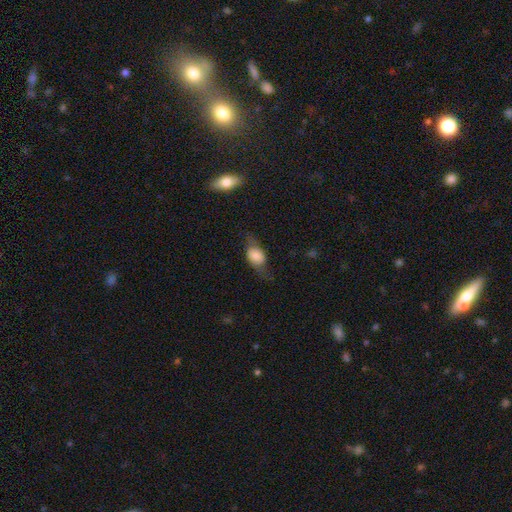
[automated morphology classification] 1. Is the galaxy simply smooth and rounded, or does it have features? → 59% smooth, 33% featured or disk, 8% star or artifact.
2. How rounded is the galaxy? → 70% in between, 24% round, 6% cigar-shaped.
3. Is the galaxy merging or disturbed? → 59% none, 24% minor disturbance, 15% major disturbance, 2% merger.